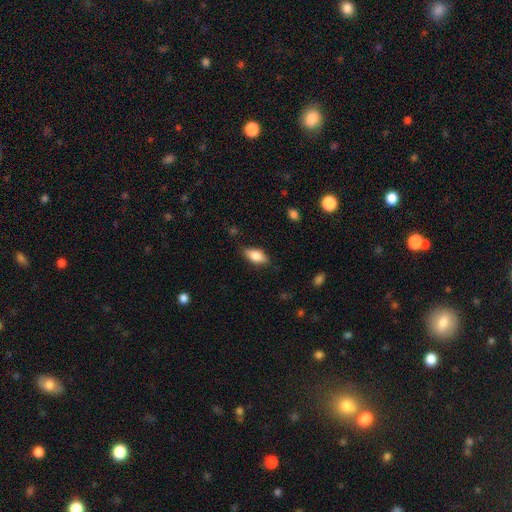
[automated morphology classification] Smooth or featured: smooth — 79% (featured or disk — 14%)
How rounded: in between — 87% (cigar-shaped — 9%)
Merging: none — 81% (minor disturbance — 14%)